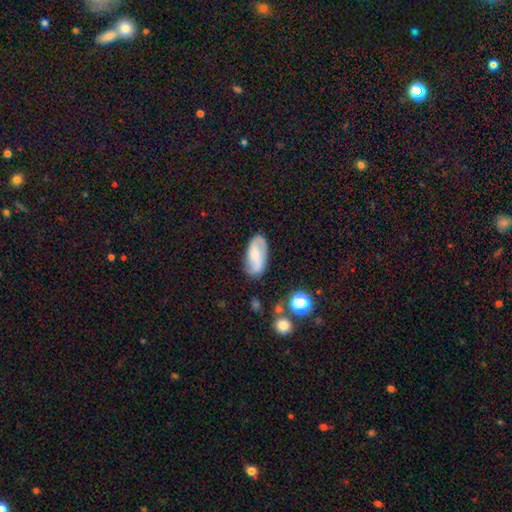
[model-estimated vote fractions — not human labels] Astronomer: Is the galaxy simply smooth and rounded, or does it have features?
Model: smooth — 49% (runner-up: featured or disk, 43%).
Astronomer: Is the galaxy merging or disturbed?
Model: none — 76%.